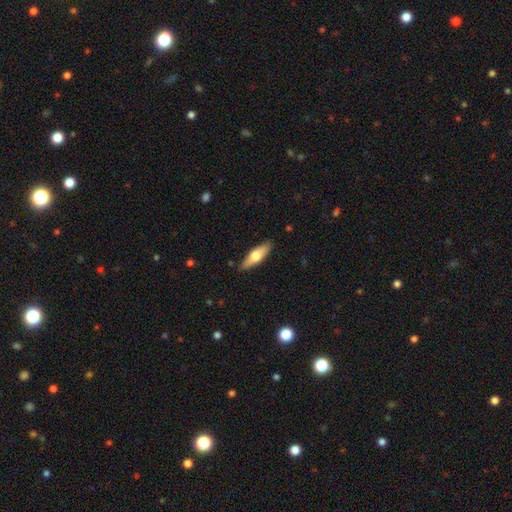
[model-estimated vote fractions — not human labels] Smooth or featured? smooth (61%)
How rounded? in between (50%)
Merging? none (86%)